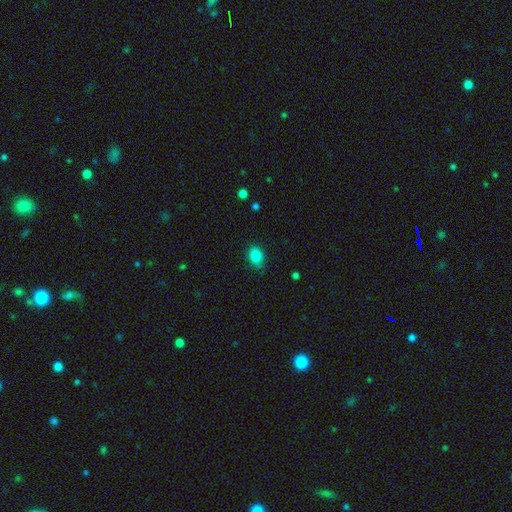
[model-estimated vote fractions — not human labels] Q: Smooth or featured?
A: smooth (84%); runner-up: star or artifact (10%)
Q: How rounded?
A: in between (64%); runner-up: round (35%)
Q: Merging?
A: none (81%); runner-up: minor disturbance (15%)